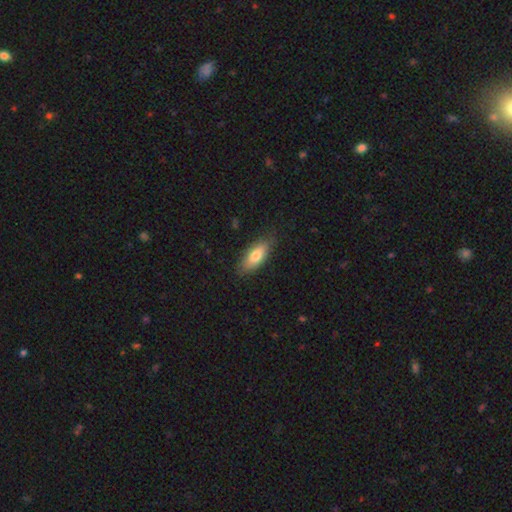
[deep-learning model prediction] Smooth or featured: smooth — 75% (featured or disk — 19%)
How rounded: in between — 78% (cigar-shaped — 20%)
Merging: none — 81% (minor disturbance — 15%)